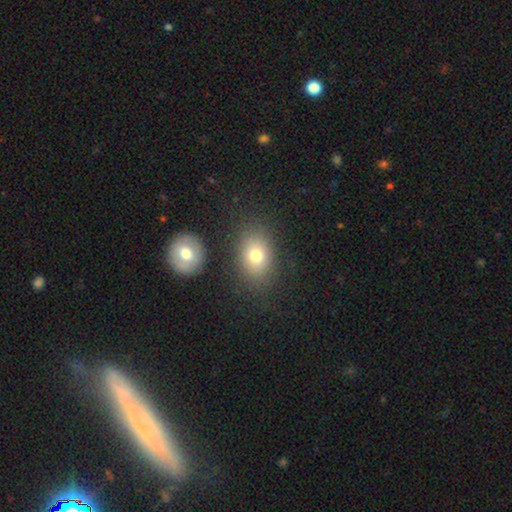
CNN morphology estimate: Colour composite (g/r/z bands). It shows a smooth galaxy with no disk features (77%) that is in between round and cigar-shaped (71%). Merging: none (78%).